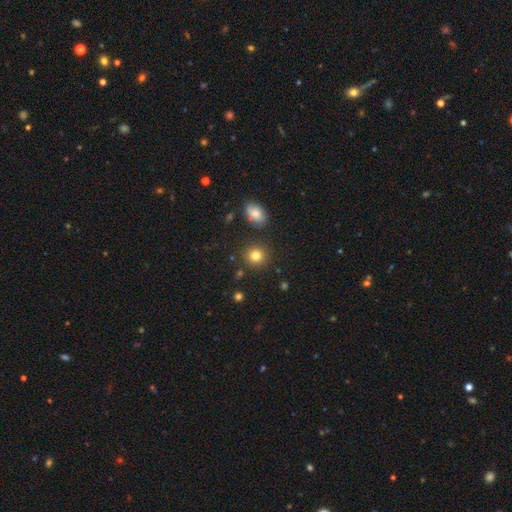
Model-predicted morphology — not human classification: Smooth or featured? Predicted: smooth (p=0.82). How rounded? Predicted: round (p=0.88). Merging? Predicted: none (p=0.87).